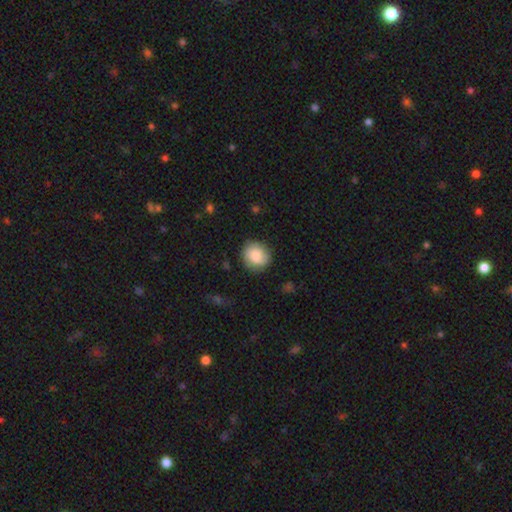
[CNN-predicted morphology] type=smooth (75%); roundness=round (85%); merging=none (83%).